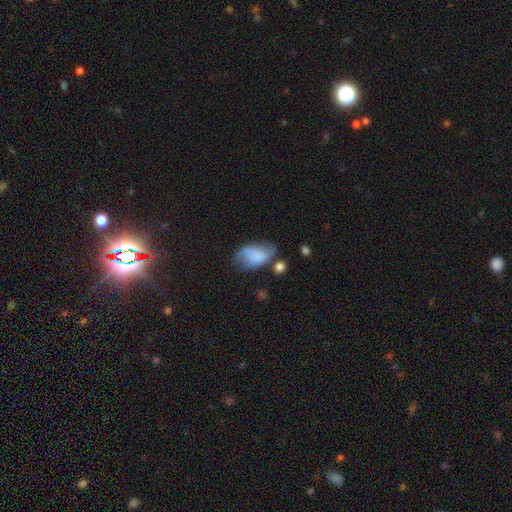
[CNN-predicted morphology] The model was most divided on "merging": none: 38%, minor disturbance: 33%, major disturbance: 21%, merger: 9%. More confident: how rounded — in between (89%); smooth or featured — smooth (62%).